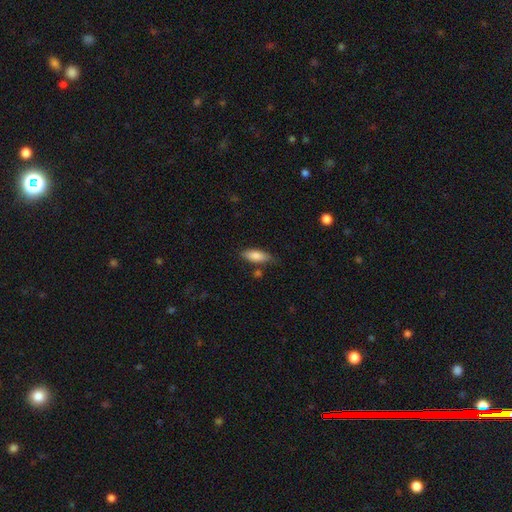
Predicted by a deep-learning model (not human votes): This is clearly a smooth galaxy (82%). How rounded: likely in between (70%). Merging: likely none (76%).